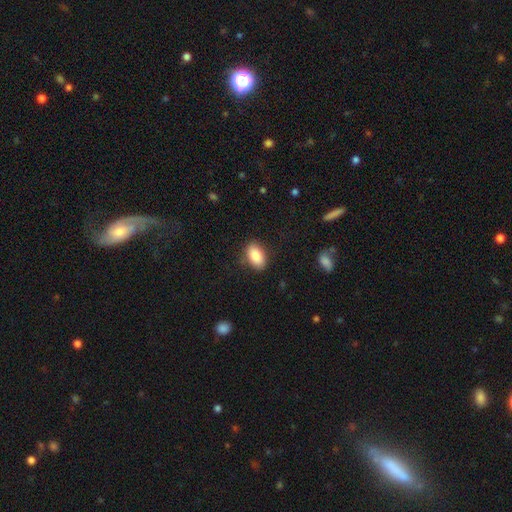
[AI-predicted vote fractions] Smooth or featured?
  - smooth: 87% *
  - star or artifact: 7%
  - featured or disk: 6%
How rounded?
  - in between: 91% *
  - round: 7%
  - cigar-shaped: 2%
Merging?
  - none: 84% *
  - minor disturbance: 12%
  - major disturbance: 3%
  - merger: 1%